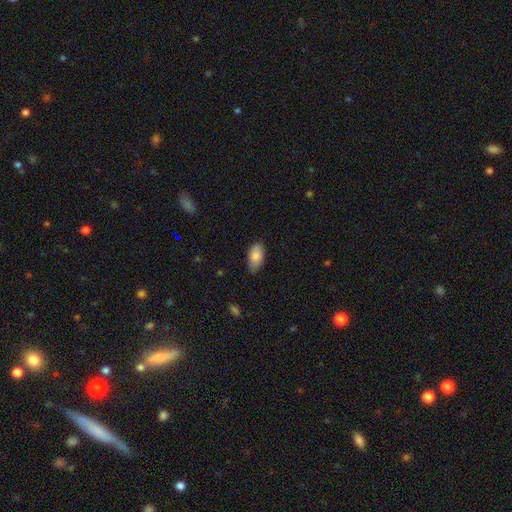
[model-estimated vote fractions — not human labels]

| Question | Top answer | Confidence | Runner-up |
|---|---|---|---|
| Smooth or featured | smooth | 83% | featured or disk (10%) |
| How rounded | in between | 93% | cigar-shaped (4%) |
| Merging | none | 75% | minor disturbance (21%) |